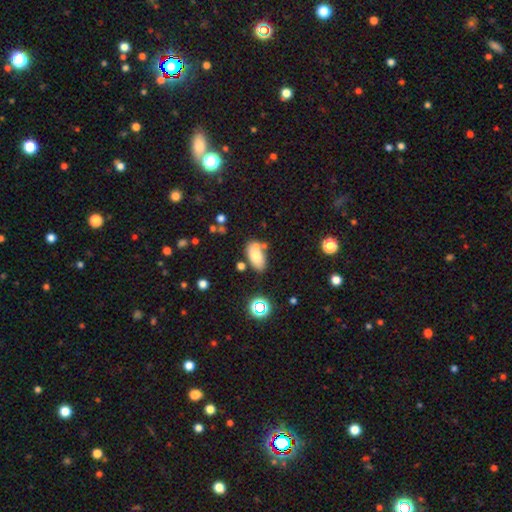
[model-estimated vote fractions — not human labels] smooth_or_featured: smooth (p=0.70) [alt: featured or disk p=0.17]
how_rounded: in between (p=0.90) [alt: round p=0.06]
merging: none (p=0.62) [alt: merger p=0.19]